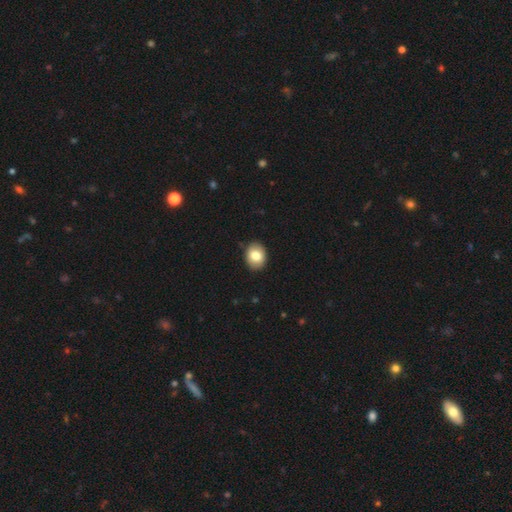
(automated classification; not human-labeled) This is clearly a smooth galaxy (81%). How rounded: likely in between (63%). Merging: clearly none (90%).